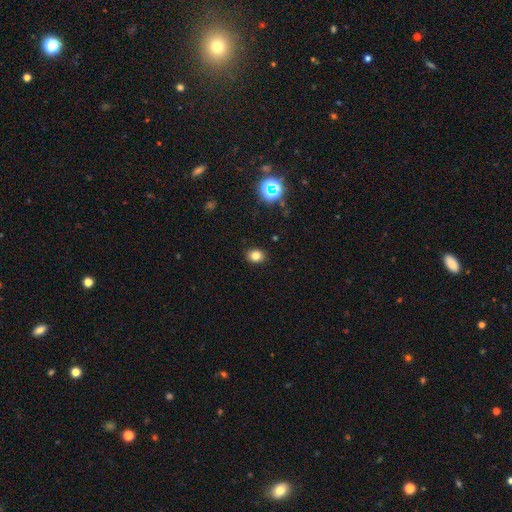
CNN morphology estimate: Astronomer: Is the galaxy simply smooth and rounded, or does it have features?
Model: smooth — 79%.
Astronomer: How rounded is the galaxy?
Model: round — 52% (runner-up: in between, 47%).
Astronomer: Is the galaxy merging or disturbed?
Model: none — 89%.